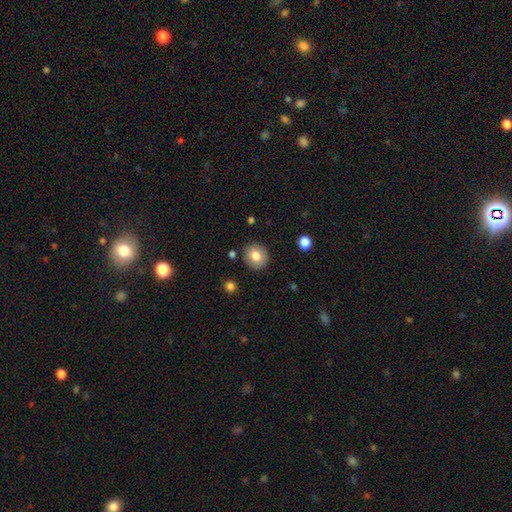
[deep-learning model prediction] Morphology: type=smooth (80%); roundness=round (80%); merging=none (88%).